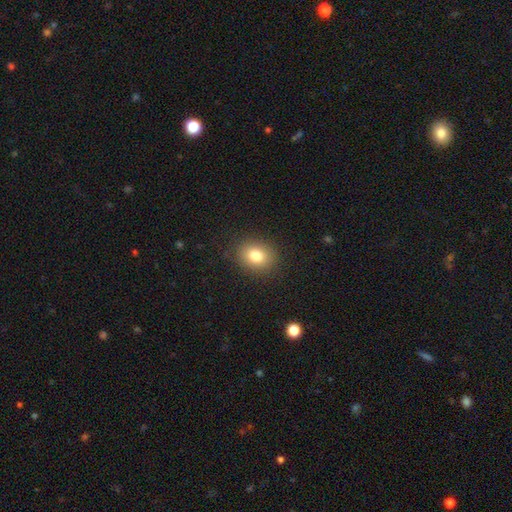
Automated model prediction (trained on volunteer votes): Smooth or featured? Predicted: smooth (p=0.81). How rounded? Predicted: round (p=0.54). Merging? Predicted: none (p=0.87).